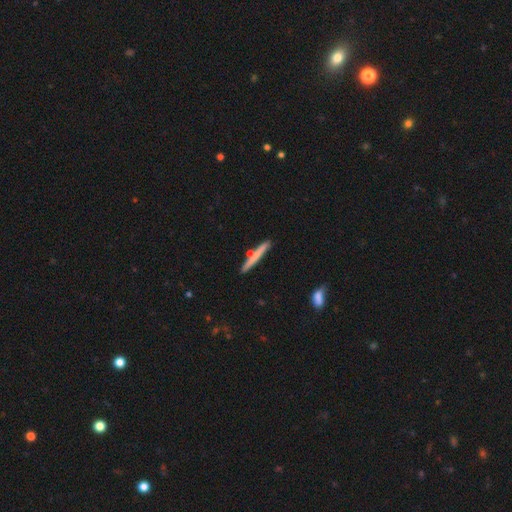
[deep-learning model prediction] Smooth or featured: smooth — 59% (featured or disk — 35%)
How rounded: cigar-shaped — 95% (in between — 3%)
Merging: none — 78% (minor disturbance — 11%)